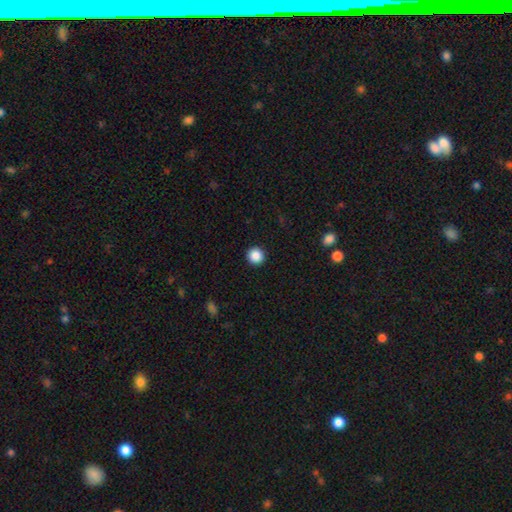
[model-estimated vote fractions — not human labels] Morphology: type=smooth (87%); roundness=round (95%); merging=none (93%).